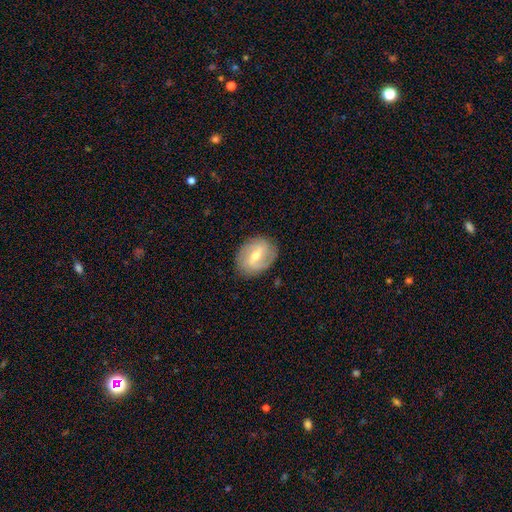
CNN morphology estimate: The model was most divided on "bar": weak: 49%, strong: 32%, no: 19%. More confident: edge-on disk — no (95%); merging — none (83%); spiral arms — yes (76%); smooth or featured — featured or disk (67%); bulge size — moderate (63%).